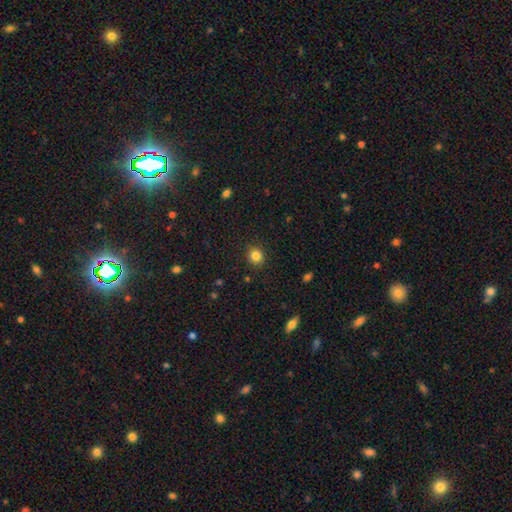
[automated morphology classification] The model was most divided on "smooth or featured": smooth: 84%, star or artifact: 12%, featured or disk: 5%. More confident: merging — none (90%); how rounded — round (87%).